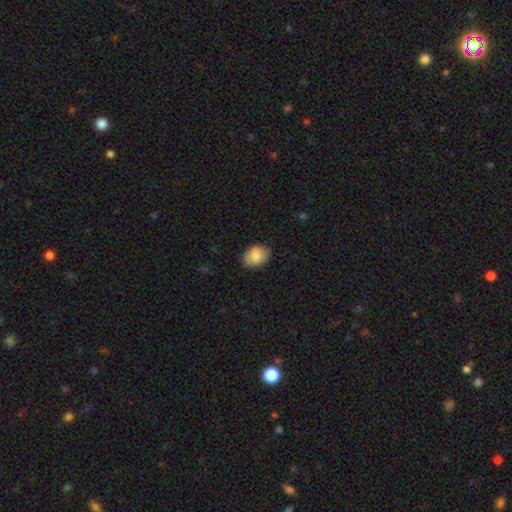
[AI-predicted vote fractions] Q: Smooth or featured?
A: smooth (81%); runner-up: featured or disk (12%)
Q: How rounded?
A: in between (76%); runner-up: round (23%)
Q: Merging?
A: none (83%); runner-up: minor disturbance (14%)